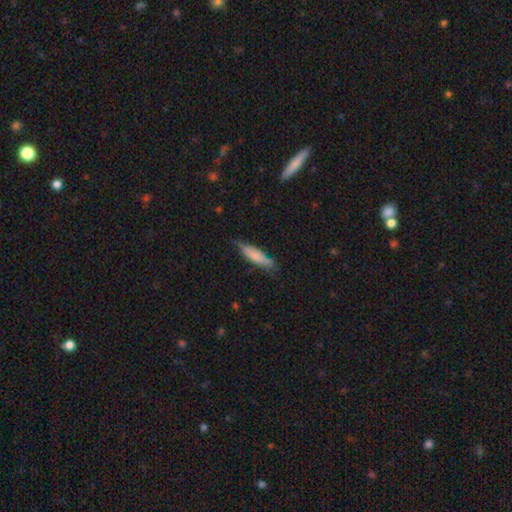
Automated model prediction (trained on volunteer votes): Q: Smooth or featured?
A: smooth (73%); runner-up: featured or disk (21%)
Q: How rounded?
A: cigar-shaped (72%); runner-up: in between (27%)
Q: Merging?
A: none (68%); runner-up: minor disturbance (24%)